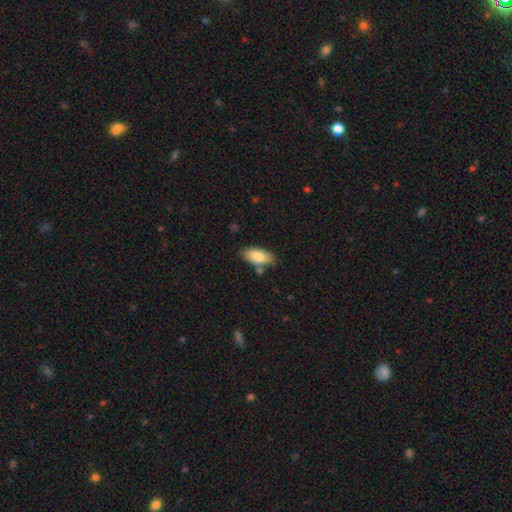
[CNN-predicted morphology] smooth-or-featured: smooth: 81% | featured or disk: 13% | star or artifact: 6%
  how-rounded: in between: 88% | cigar-shaped: 9% | round: 3%
  merging: none: 74% | minor disturbance: 16% | merger: 7% | major disturbance: 3%